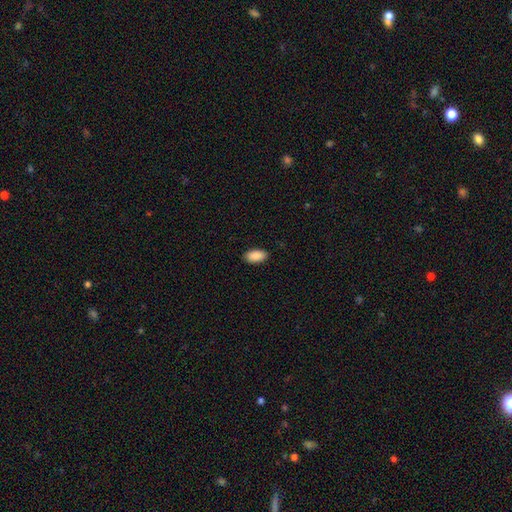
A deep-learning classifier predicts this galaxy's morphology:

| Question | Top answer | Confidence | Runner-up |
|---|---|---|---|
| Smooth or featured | smooth | 90% | star or artifact (7%) |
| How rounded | in between | 94% | round (3%) |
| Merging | none | 89% | minor disturbance (8%) |